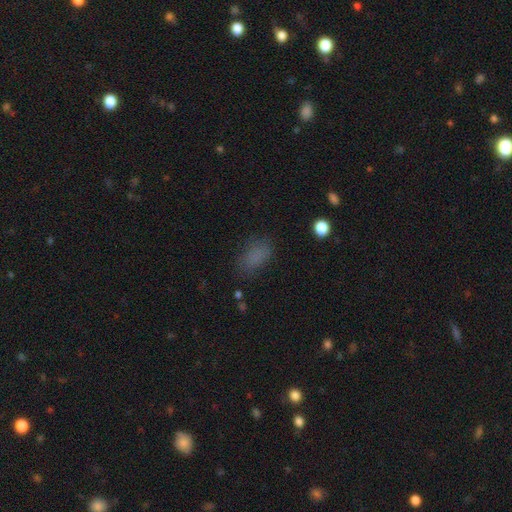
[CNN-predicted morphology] This appears to be a smooth galaxy with no disk features (78%) that is in between round and cigar-shaped (88%). Merging: none (75%).